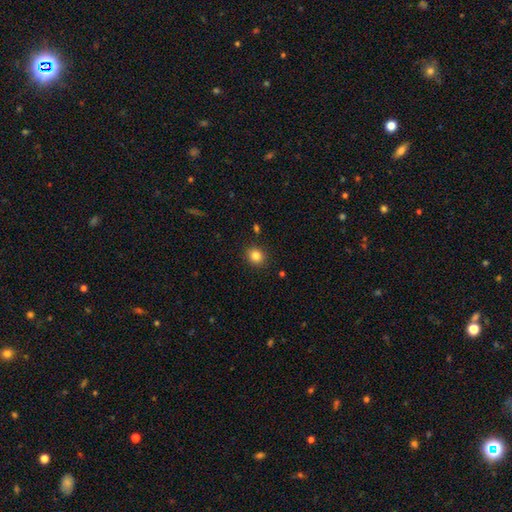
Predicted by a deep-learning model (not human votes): smooth_or_featured: smooth (p=0.83) [alt: star or artifact p=0.11]
how_rounded: round (p=0.81) [alt: in between p=0.18]
merging: none (p=0.90) [alt: minor disturbance p=0.07]